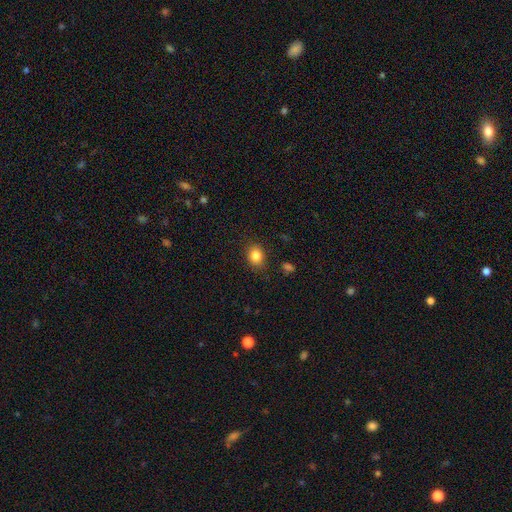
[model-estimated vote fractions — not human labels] Q: Smooth or featured?
A: smooth (85%); runner-up: star or artifact (10%)
Q: How rounded?
A: round (51%); runner-up: in between (48%)
Q: Merging?
A: none (85%); runner-up: minor disturbance (10%)